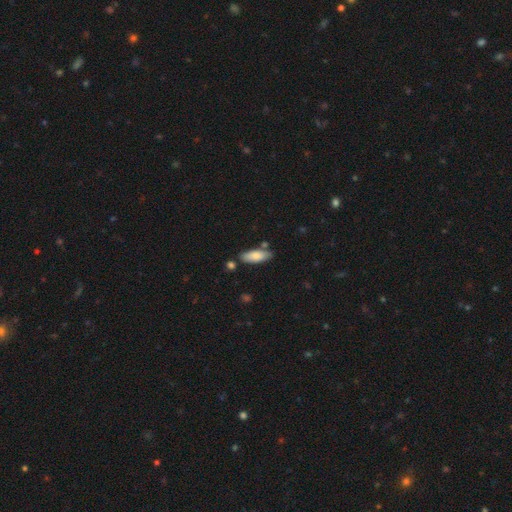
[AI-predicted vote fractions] A smooth galaxy with no disk features (82%) that is in between round and cigar-shaped (68%).

Vote fractions:
- Smooth or featured? smooth: 82% / featured or disk: 12% / star or artifact: 6%
- How rounded? in between: 68% / cigar-shaped: 30% / round: 2%
- Merging? none: 76% / minor disturbance: 15% / merger: 7% / major disturbance: 3%